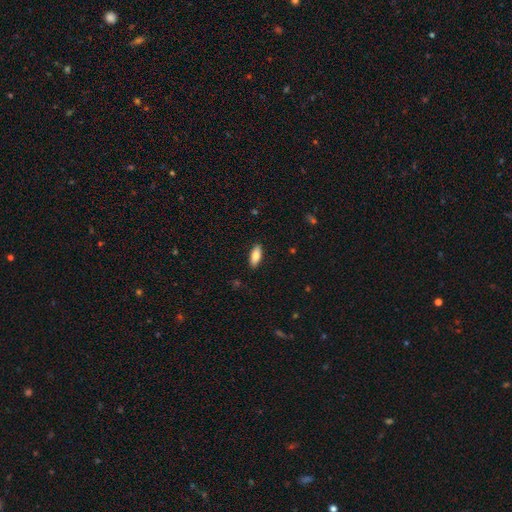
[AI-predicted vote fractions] A smooth galaxy with no disk features (81%) that is in between round and cigar-shaped (77%).

Vote fractions:
- Smooth or featured? smooth: 81% / featured or disk: 13% / star or artifact: 6%
- How rounded? in between: 77% / cigar-shaped: 21% / round: 2%
- Merging? none: 89% / minor disturbance: 8% / major disturbance: 2% / merger: 1%